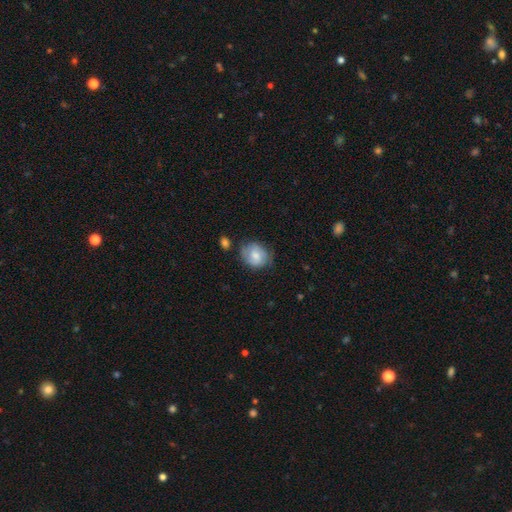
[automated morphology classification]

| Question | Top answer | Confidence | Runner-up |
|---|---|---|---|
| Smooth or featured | smooth | 63% | featured or disk (30%) |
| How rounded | round | 61% | in between (38%) |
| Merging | none | 65% | minor disturbance (25%) |